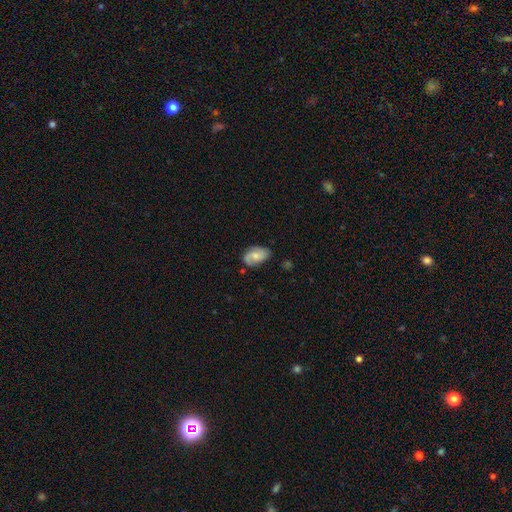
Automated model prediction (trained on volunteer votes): The model was most divided on "smooth or featured": smooth: 48%, featured or disk: 45%, star or artifact: 7%. More confident: merging — none (64%).